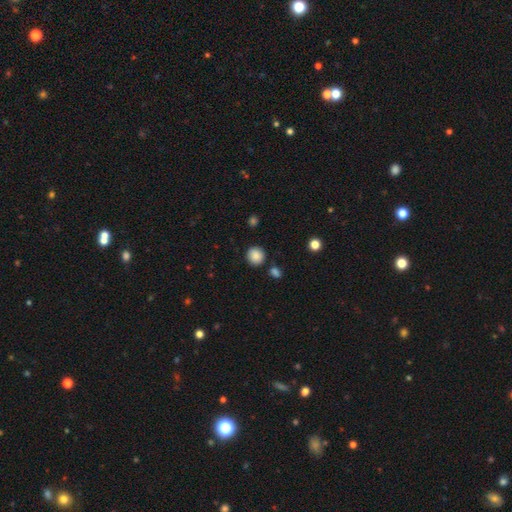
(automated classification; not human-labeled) A smooth galaxy with no disk features (87%) that is round (90%). Merging: none (86%).